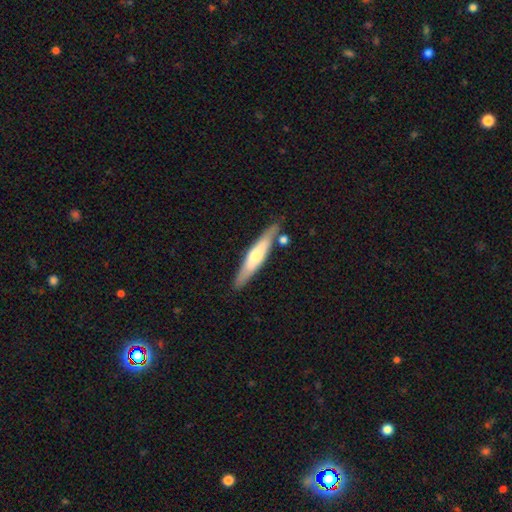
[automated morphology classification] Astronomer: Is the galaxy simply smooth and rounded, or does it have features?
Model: featured or disk — 50% (runner-up: smooth, 44%).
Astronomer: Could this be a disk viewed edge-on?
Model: yes — 91%.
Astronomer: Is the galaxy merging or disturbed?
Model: none — 81%.